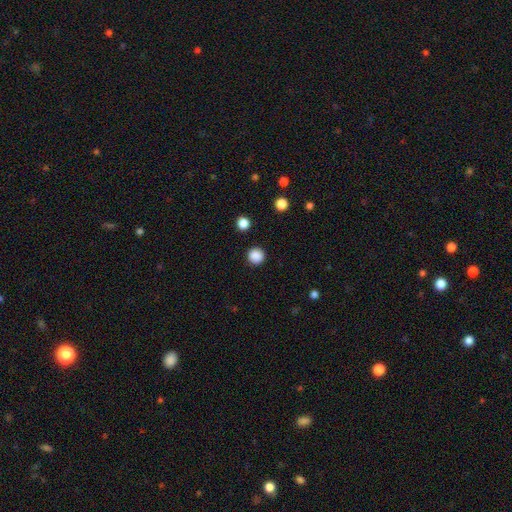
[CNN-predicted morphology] This is clearly a smooth galaxy (87%). How rounded: clearly round (95%). Merging: clearly none (92%).